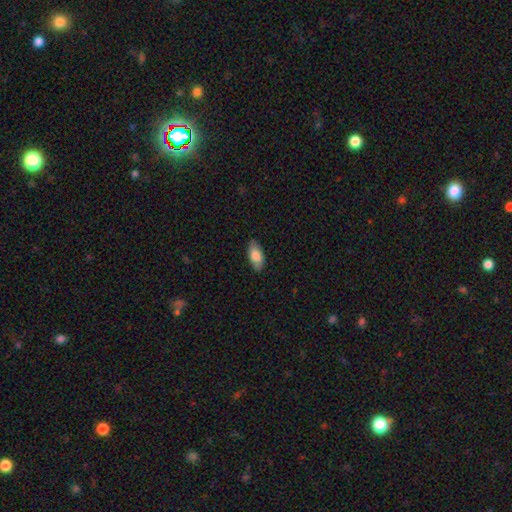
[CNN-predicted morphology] A smooth galaxy with no disk features (80%) that is in between round and cigar-shaped (90%). Merging: none (86%).